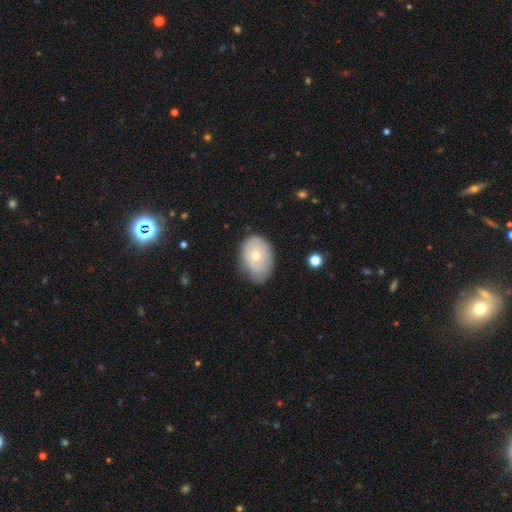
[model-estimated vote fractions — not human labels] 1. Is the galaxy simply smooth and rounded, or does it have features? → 63% smooth, 30% featured or disk, 7% star or artifact.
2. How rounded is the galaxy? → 80% in between, 19% round, 1% cigar-shaped.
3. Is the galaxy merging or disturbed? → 61% none, 31% minor disturbance, 7% major disturbance, 2% merger.